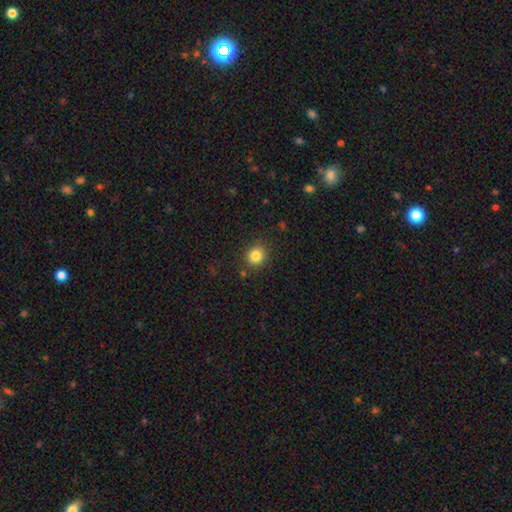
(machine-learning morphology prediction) type=smooth (84%); roundness=round (84%); merging=none (88%).